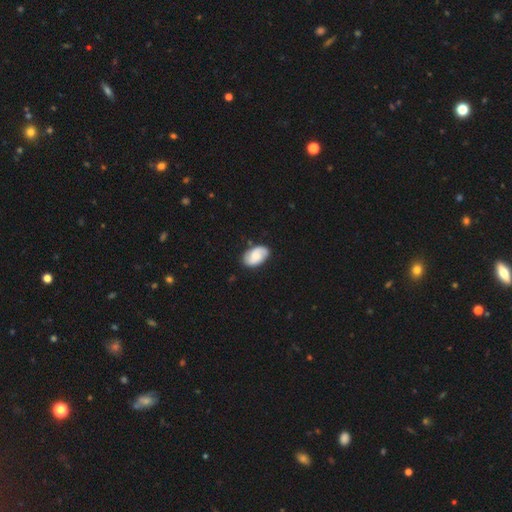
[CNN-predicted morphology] featured or disk 50%, smooth 44%, star or artifact 7%. Down the decision tree: merging — none (79%).